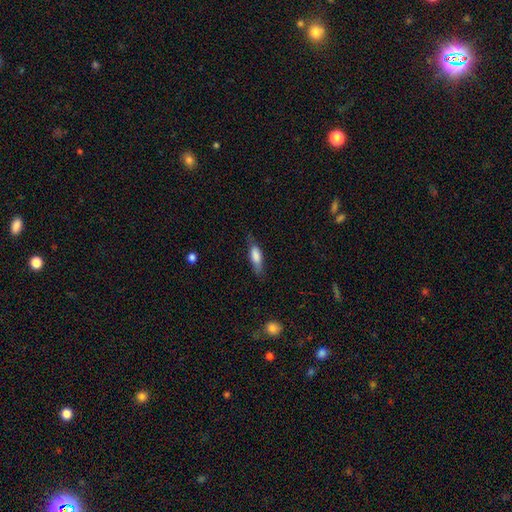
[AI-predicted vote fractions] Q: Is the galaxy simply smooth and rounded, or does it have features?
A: smooth — 72%.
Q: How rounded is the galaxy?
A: in between — 52%.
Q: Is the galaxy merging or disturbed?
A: none — 66%.